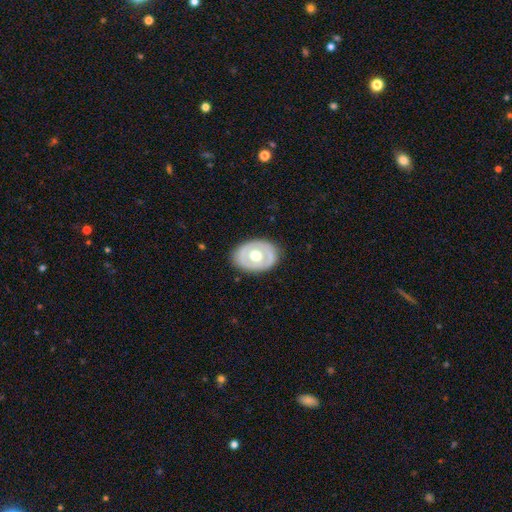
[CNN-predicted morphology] Smooth or featured: featured or disk — 55% (smooth — 40%)
Edge-on disk: no — 91% (yes — 9%)
Bar: no — 88% (weak — 10%)
Spiral arms: no — 88% (yes — 12%)
Bulge size: moderate — 68% (large — 26%)
Merging: none — 82% (minor disturbance — 13%)